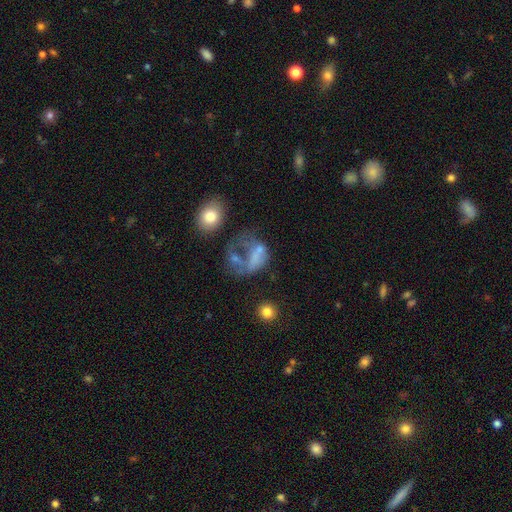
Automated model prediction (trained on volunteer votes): Smooth or featured: smooth — 46% (featured or disk — 37%)
Merging: major disturbance — 44% (merger — 22%)